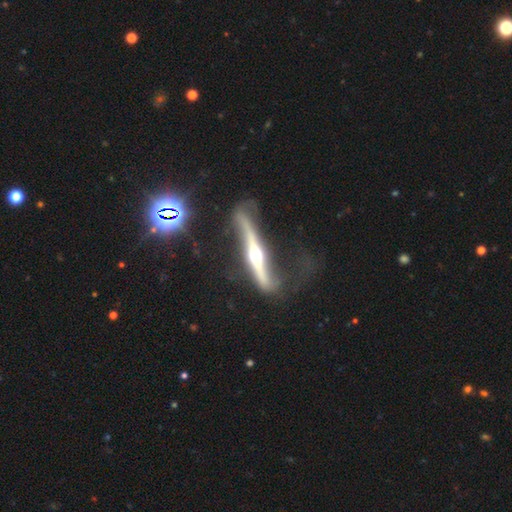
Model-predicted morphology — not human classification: A featured or disk galaxy (84%) viewed edge-on (82%) with a rounded central bulge (93%). Merging: none (49%).